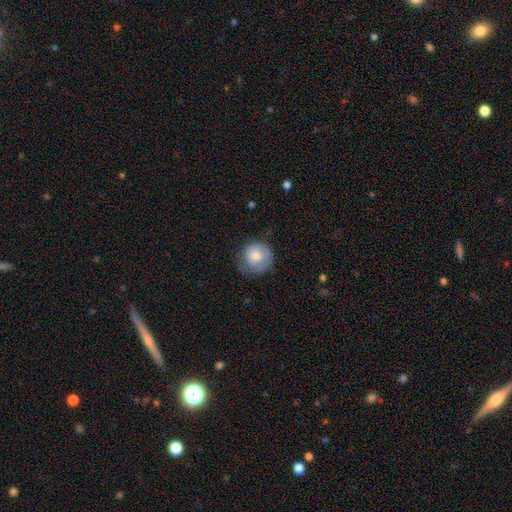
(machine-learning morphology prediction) This appears to be a smooth galaxy with no disk features (77%) that is round (91%). Merging: none (67%).